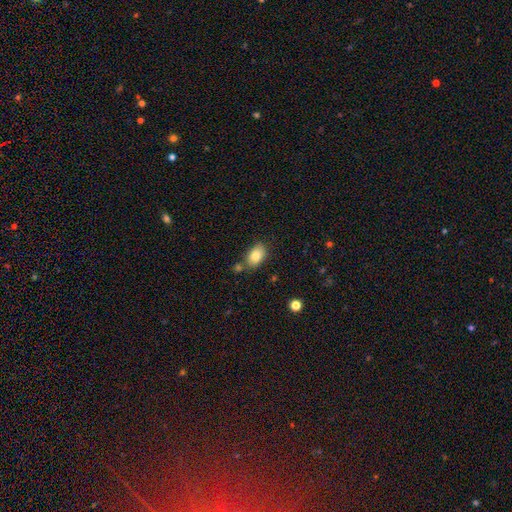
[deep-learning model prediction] smooth-or-featured: smooth: 82% | featured or disk: 10% | star or artifact: 8%
  how-rounded: in between: 88% | round: 10% | cigar-shaped: 2%
  merging: none: 73% | minor disturbance: 14% | merger: 10% | major disturbance: 3%